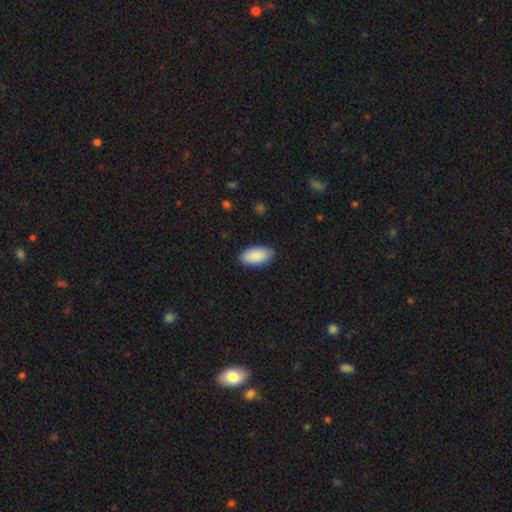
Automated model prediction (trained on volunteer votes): Overall: smooth (91%). How rounded: in between (95%). Merging: none (87%).